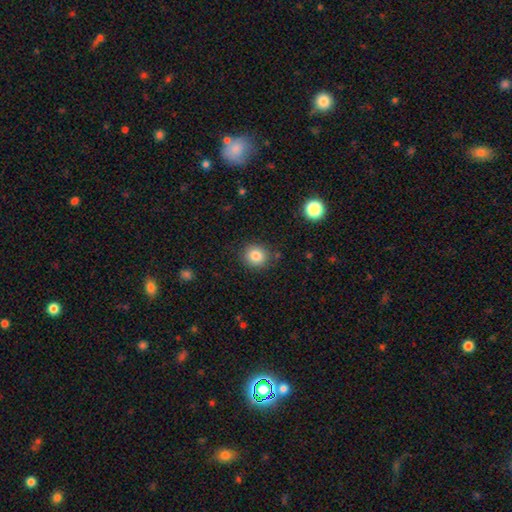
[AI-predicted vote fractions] smooth-or-featured: smooth: 82% | star or artifact: 11% | featured or disk: 7%
  how-rounded: round: 86% | in between: 13% | cigar-shaped: 1%
  merging: none: 85% | minor disturbance: 10% | major disturbance: 3% | merger: 2%